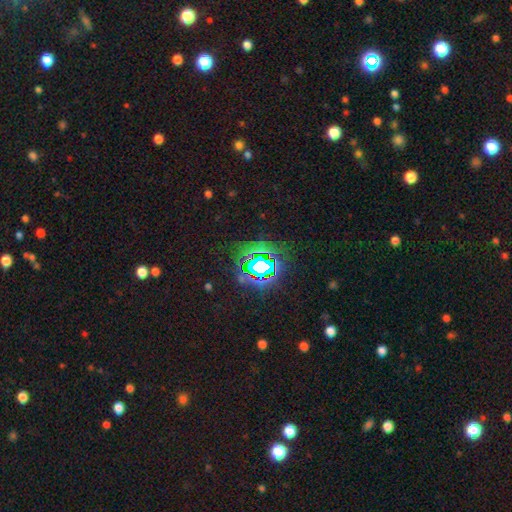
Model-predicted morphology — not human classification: Smooth or featured? Predicted: star or artifact (p=0.81).